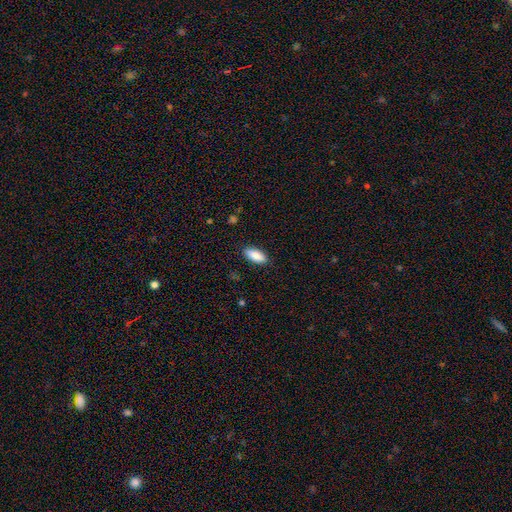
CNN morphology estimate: Smooth or featured: smooth — 87% (featured or disk — 7%)
How rounded: in between — 82% (cigar-shaped — 16%)
Merging: none — 87% (minor disturbance — 9%)